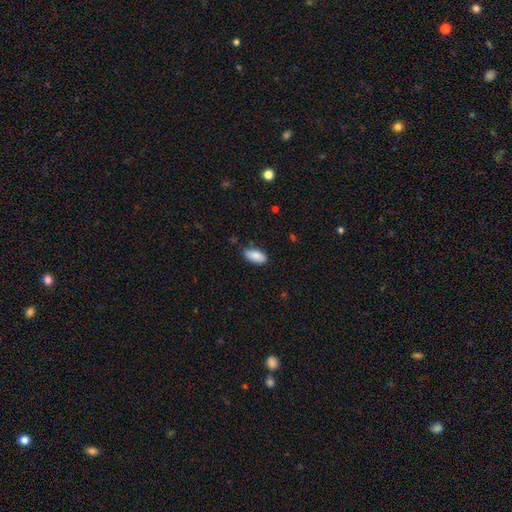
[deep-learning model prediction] Overall: smooth (88%). How rounded: in between (91%). Merging: none (81%).